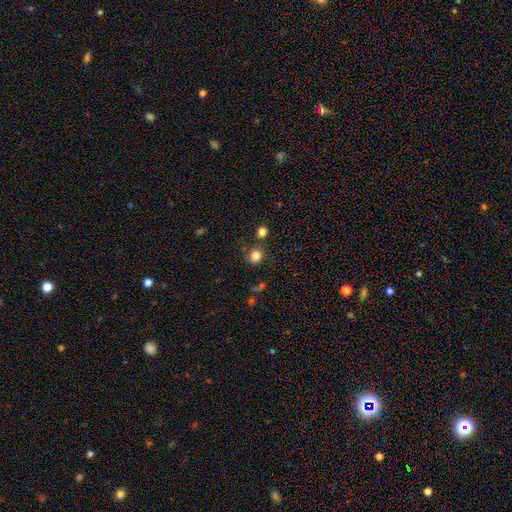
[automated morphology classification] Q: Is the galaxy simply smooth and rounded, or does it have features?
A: smooth — 82%.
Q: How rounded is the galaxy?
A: round — 77%.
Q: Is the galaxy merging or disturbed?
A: none — 76%.